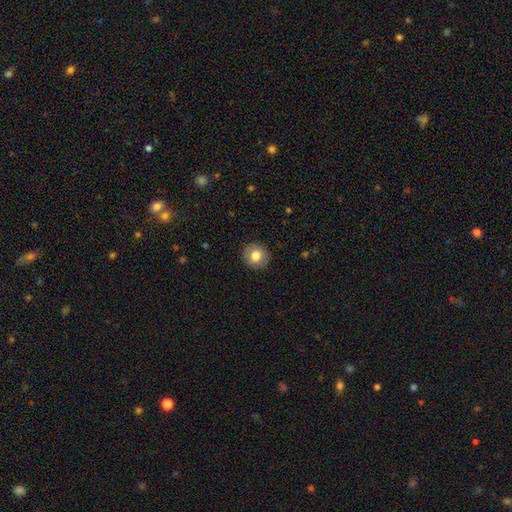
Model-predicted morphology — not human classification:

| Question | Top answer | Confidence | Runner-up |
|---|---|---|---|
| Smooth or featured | smooth | 79% | featured or disk (12%) |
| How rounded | round | 87% | in between (12%) |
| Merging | none | 90% | minor disturbance (7%) |